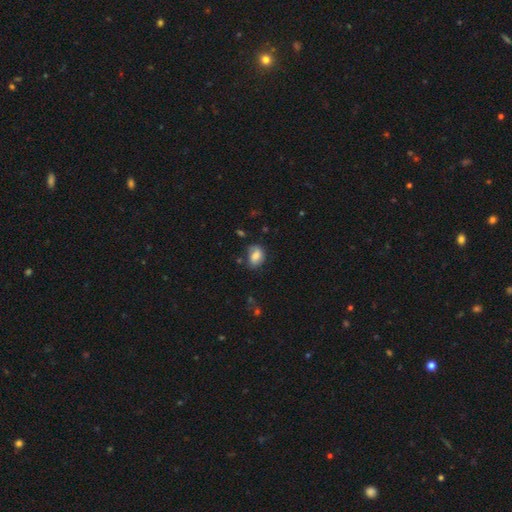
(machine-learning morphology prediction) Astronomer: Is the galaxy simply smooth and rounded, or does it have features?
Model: smooth — 74%.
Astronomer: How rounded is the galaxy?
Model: in between — 71%.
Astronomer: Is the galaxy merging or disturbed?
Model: none — 55%.